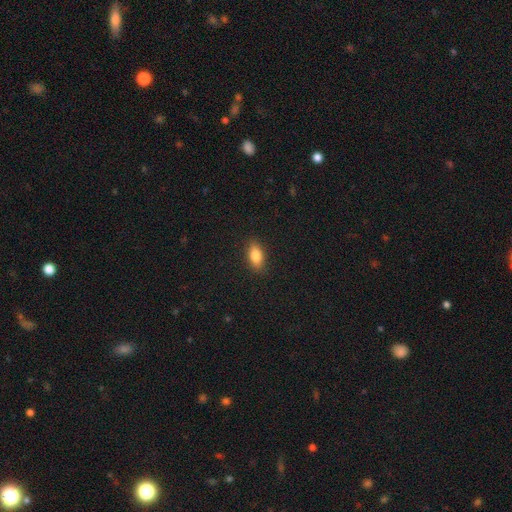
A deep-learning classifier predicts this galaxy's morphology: Smooth or featured: smooth — 82% (featured or disk — 10%)
How rounded: in between — 85% (cigar-shaped — 9%)
Merging: none — 89% (minor disturbance — 8%)